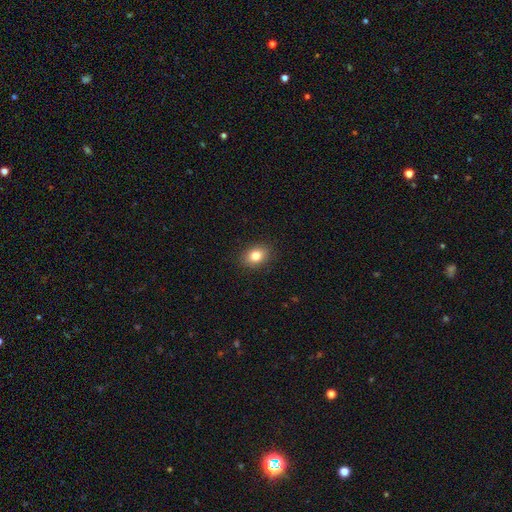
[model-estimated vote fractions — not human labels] Smooth or featured? Predicted: smooth (p=0.81). How rounded? Predicted: in between (p=0.63). Merging? Predicted: none (p=0.89).